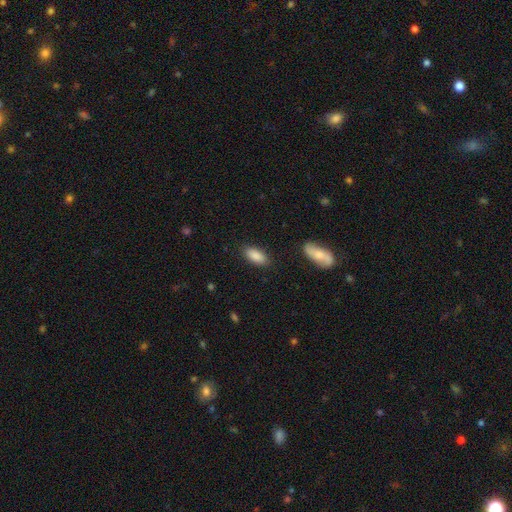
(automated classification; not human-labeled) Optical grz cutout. It shows a smooth galaxy with no disk features (88%) that is in between round and cigar-shaped (89%). Merging: none (86%).